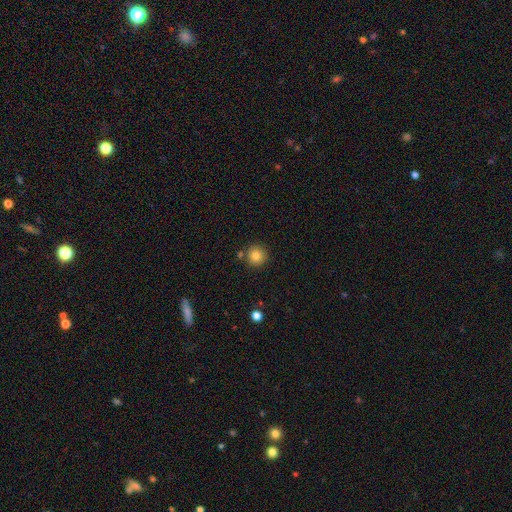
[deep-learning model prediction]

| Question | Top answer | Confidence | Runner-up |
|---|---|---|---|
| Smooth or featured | smooth | 83% | star or artifact (11%) |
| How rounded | round | 95% | in between (5%) |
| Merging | none | 83% | minor disturbance (8%) |